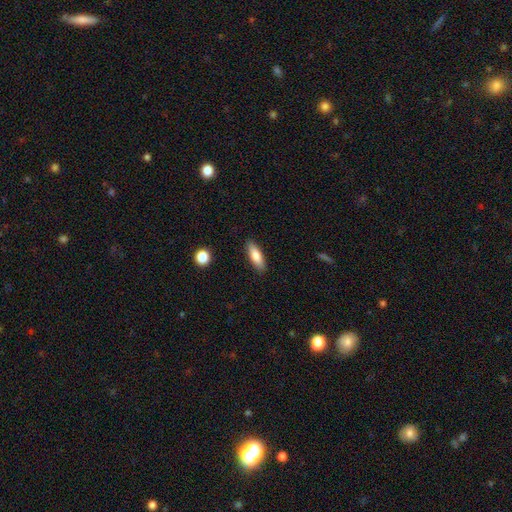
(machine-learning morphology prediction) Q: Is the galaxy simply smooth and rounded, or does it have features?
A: smooth — 79%.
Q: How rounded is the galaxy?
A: in between — 53%.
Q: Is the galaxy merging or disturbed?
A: none — 89%.